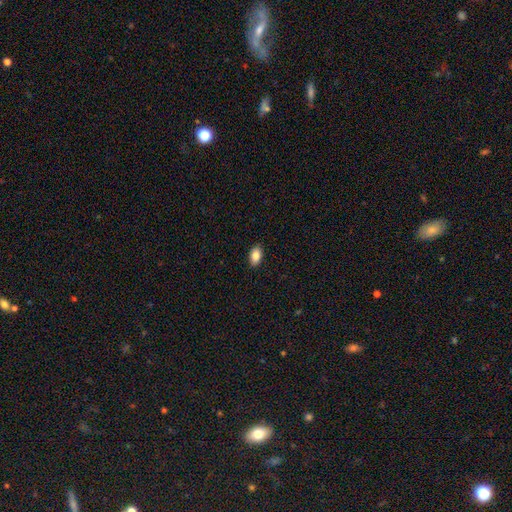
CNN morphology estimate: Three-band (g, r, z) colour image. It shows a smooth galaxy with no disk features (86%) that is in between round and cigar-shaped (90%). Merging: none (89%).